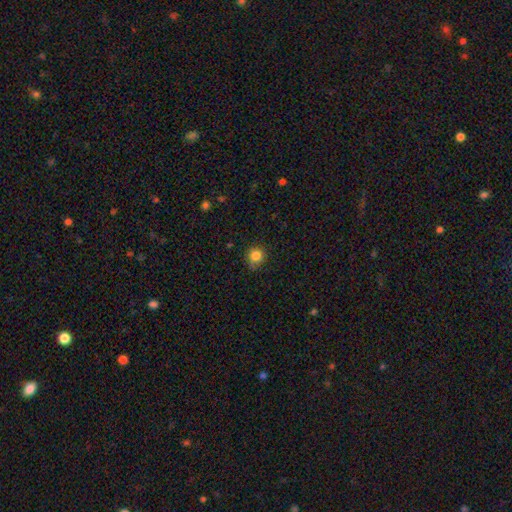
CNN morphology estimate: smooth 84%, star or artifact 11%, featured or disk 5%. Down the decision tree: how rounded — round (90%); merging — none (75%).